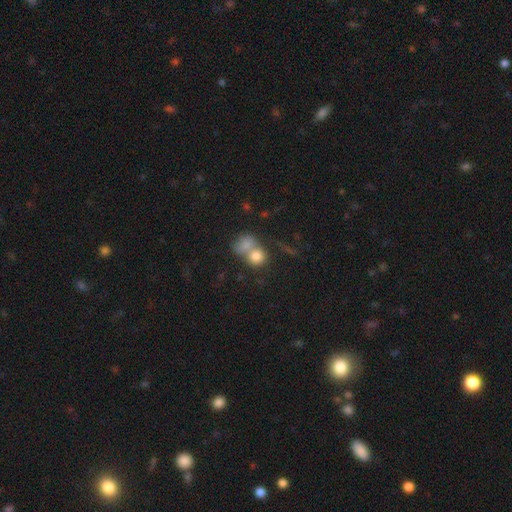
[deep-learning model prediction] smooth-or-featured: smooth: 79% | featured or disk: 12% | star or artifact: 10%
  how-rounded: round: 73% | in between: 26% | cigar-shaped: 1%
  merging: merger: 59% | none: 28% | minor disturbance: 7% | major disturbance: 5%